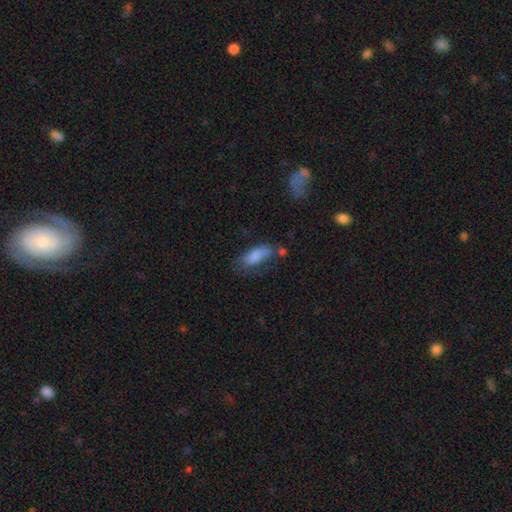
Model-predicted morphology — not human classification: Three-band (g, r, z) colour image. It shows a smooth galaxy with no disk features (78%) that is in between round and cigar-shaped (76%). Merging: none (42%).